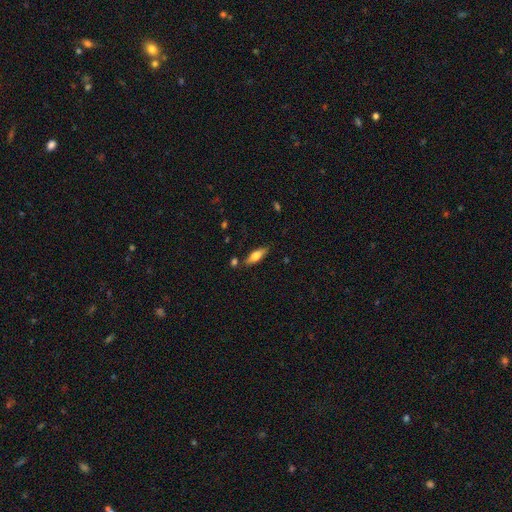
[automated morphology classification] smooth 63%, featured or disk 30%, star or artifact 7%. Down the decision tree: how rounded — in between (54%); merging — none (78%).